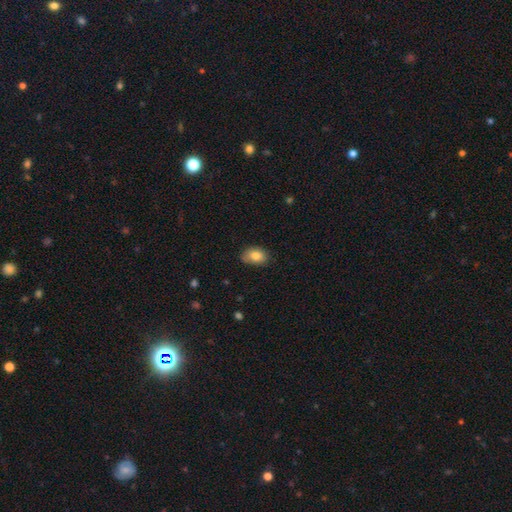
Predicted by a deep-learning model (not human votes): smooth_or_featured: smooth (p=0.83) [alt: featured or disk p=0.09]
how_rounded: in between (p=0.83) [alt: round p=0.15]
merging: none (p=0.72) [alt: minor disturbance p=0.23]